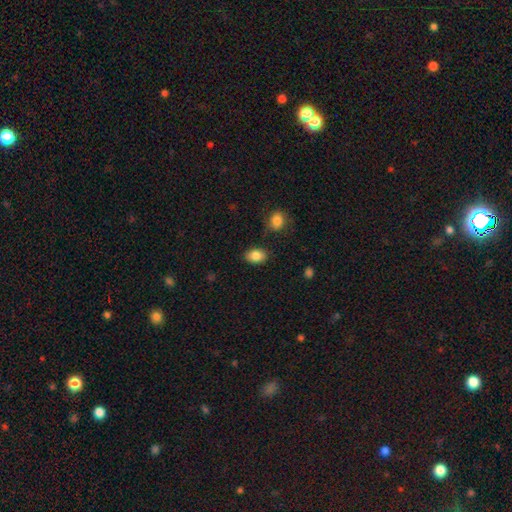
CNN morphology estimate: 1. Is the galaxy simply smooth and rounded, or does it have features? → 85% smooth, 8% star or artifact, 7% featured or disk.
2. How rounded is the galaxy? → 78% in between, 20% round, 1% cigar-shaped.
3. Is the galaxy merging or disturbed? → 81% none, 13% minor disturbance, 3% merger, 3% major disturbance.